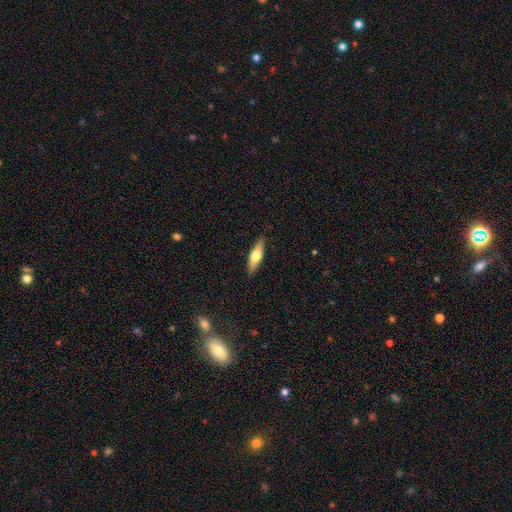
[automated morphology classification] Smooth or featured? smooth (52%)
How rounded? cigar-shaped (59%)
Merging? none (88%)